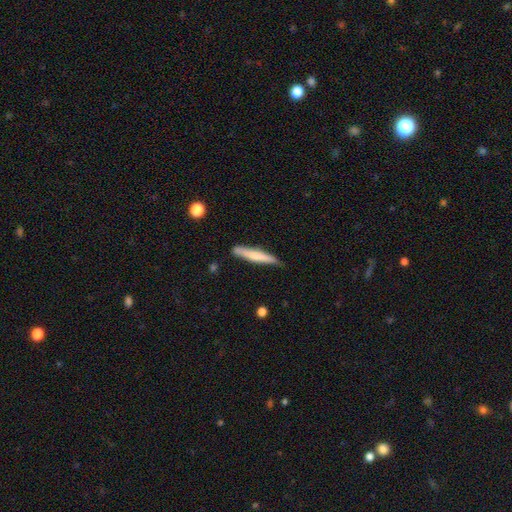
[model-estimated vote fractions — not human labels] smooth 63%, featured or disk 31%, star or artifact 5%. Down the decision tree: how rounded — cigar-shaped (94%); merging — none (79%).